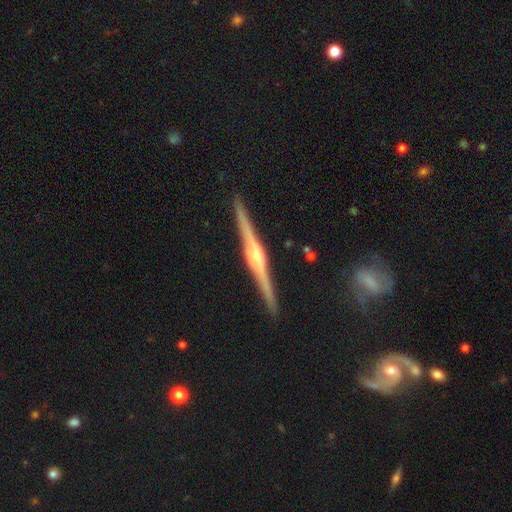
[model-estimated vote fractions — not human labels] The model was most divided on "edge-on bulge": rounded: 77%, boxy: 16%, none: 7%. More confident: edge-on disk — yes (98%); merging — none (92%); smooth or featured — featured or disk (87%).